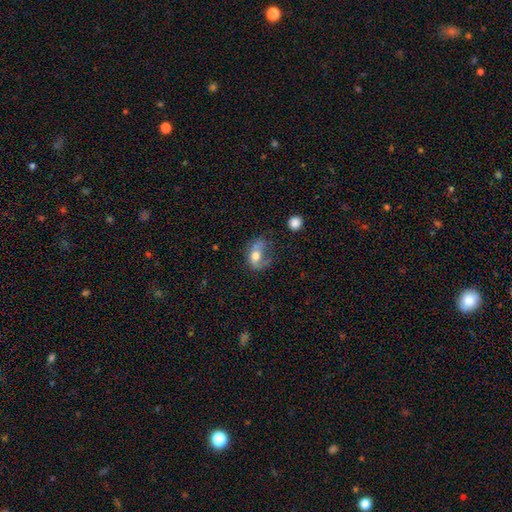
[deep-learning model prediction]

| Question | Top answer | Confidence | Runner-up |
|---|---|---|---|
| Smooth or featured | smooth | 49% | featured or disk (42%) |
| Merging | major disturbance | 36% | none (33%) |